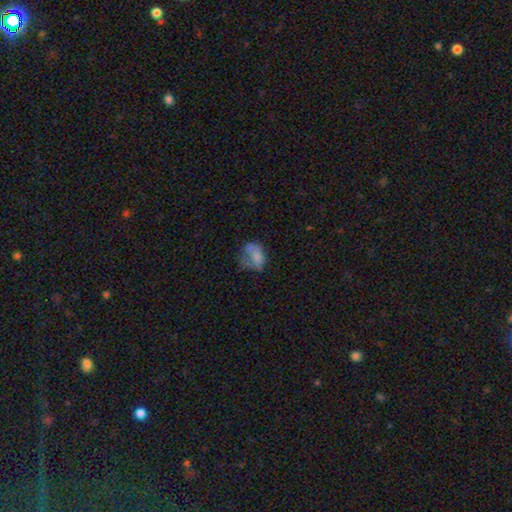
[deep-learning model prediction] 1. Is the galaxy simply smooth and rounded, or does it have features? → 61% smooth, 26% featured or disk, 12% star or artifact.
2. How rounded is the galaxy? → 69% in between, 29% round, 2% cigar-shaped.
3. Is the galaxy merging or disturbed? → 34% major disturbance, 30% none, 26% minor disturbance, 9% merger.